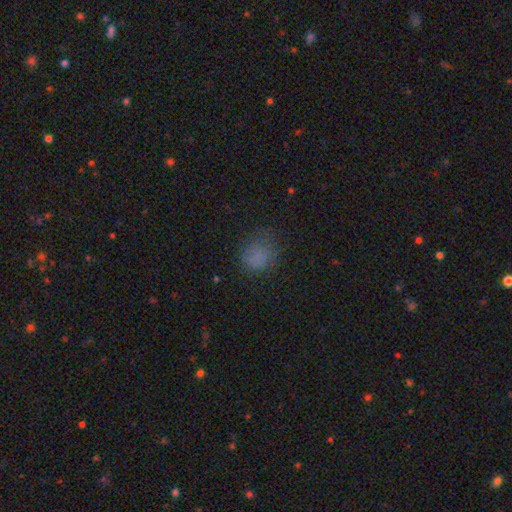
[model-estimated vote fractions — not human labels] The model was most divided on "how rounded": round: 70%, in between: 29%, cigar-shaped: 1%. More confident: smooth or featured — smooth (75%); merging — none (66%).